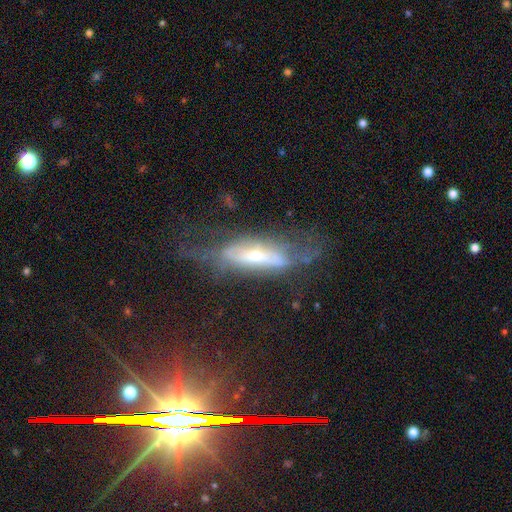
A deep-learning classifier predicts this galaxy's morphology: Q: Smooth or featured?
A: featured or disk (62%); runner-up: smooth (29%)
Q: Edge-on disk?
A: no (60%); runner-up: yes (40%)
Q: Merging?
A: none (40%); runner-up: major disturbance (33%)